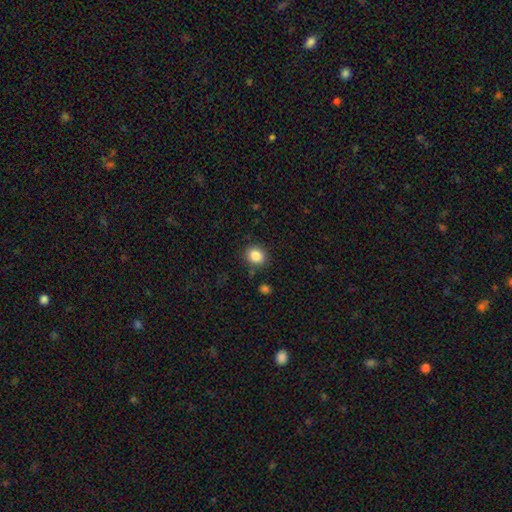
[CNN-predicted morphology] type=smooth (86%); roundness=round (67%); merging=none (85%).